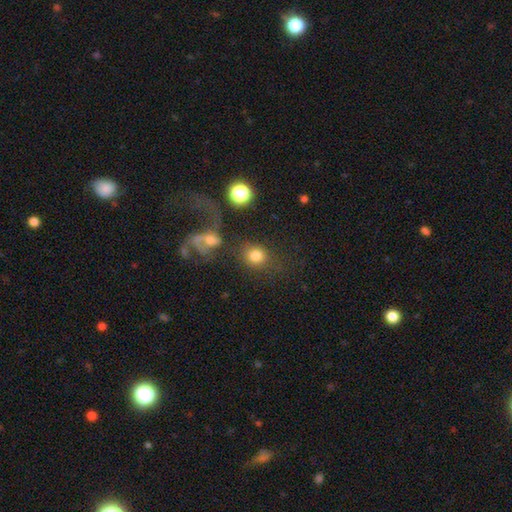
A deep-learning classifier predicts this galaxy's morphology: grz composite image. It shows a smooth galaxy with no disk features (78%) that is round (76%). Merging: none (57%).